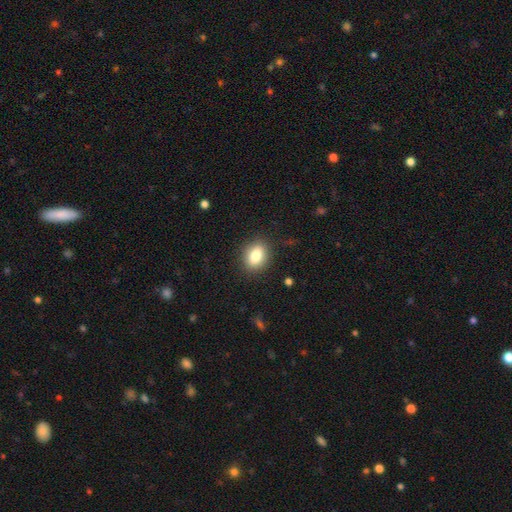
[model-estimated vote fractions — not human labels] Smooth or featured: smooth — 82% (star or artifact — 9%)
How rounded: in between — 65% (round — 33%)
Merging: none — 88% (minor disturbance — 9%)